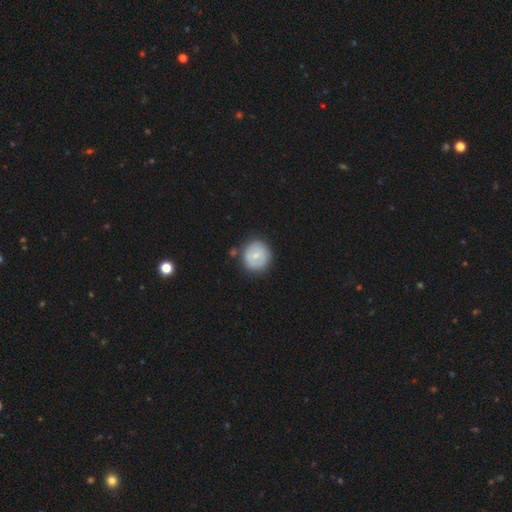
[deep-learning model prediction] Morphology: type=smooth (63%); roundness=round (88%); merging=none (78%).